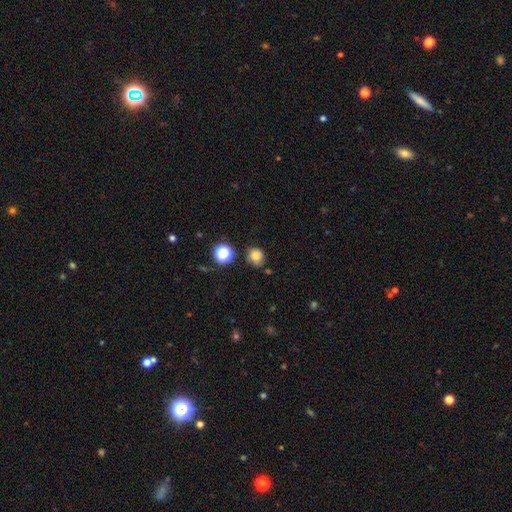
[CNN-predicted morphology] smooth_or_featured: smooth (p=0.77) [alt: star or artifact p=0.15]
how_rounded: round (p=0.79) [alt: in between p=0.21]
merging: none (p=0.68) [alt: minor disturbance p=0.21]